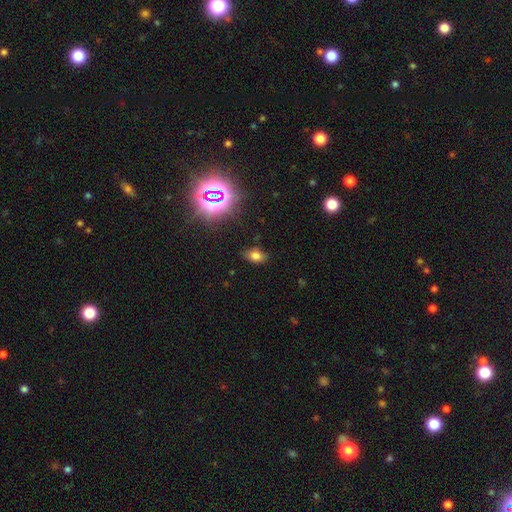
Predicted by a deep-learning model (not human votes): Morphology: type=smooth (70%); roundness=in between (84%); merging=none (83%).